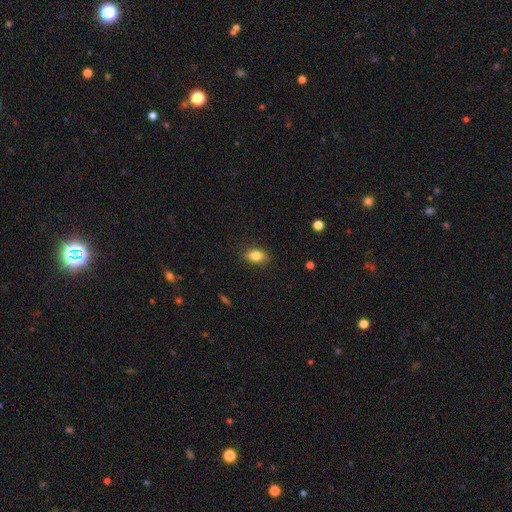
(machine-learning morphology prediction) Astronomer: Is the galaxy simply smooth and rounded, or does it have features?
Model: smooth — 84%.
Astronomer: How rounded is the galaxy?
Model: in between — 81%.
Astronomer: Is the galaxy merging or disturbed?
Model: none — 85%.